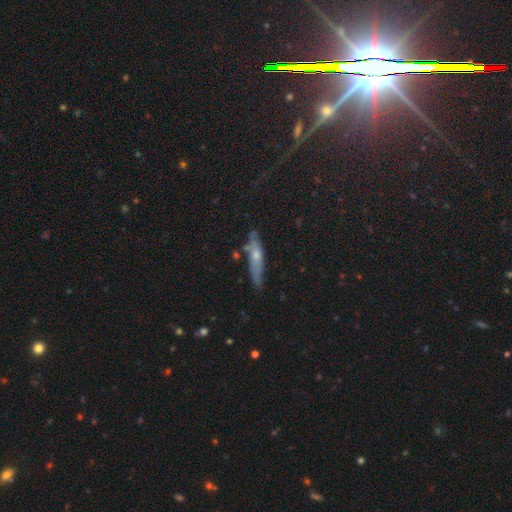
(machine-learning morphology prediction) Smooth or featured? featured or disk (46%)
Merging? none (73%)